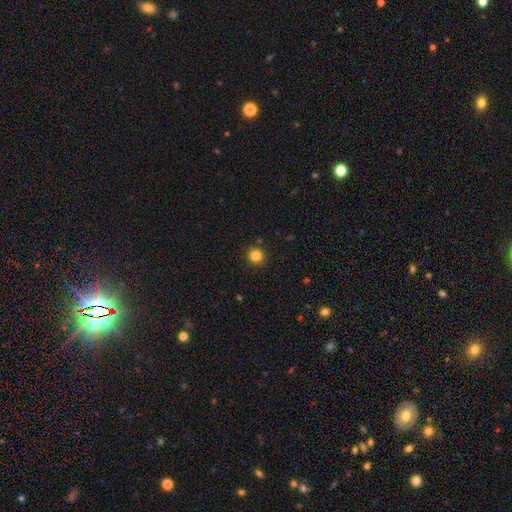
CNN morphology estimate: This appears to be a smooth galaxy with no disk features (83%) that is round (94%). Merging: none (91%).